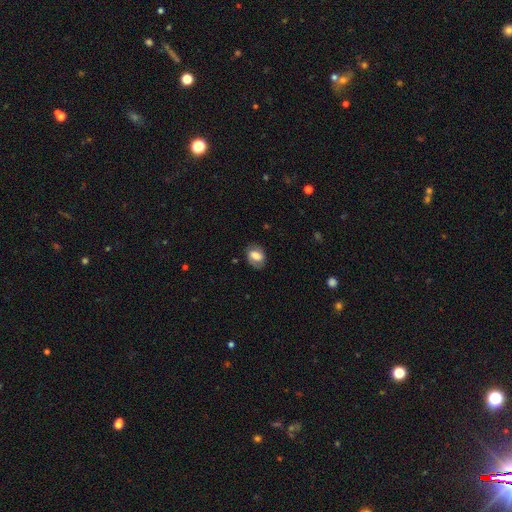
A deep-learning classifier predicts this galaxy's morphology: A smooth galaxy with no disk features (59%) that is in between round and cigar-shaped (75%).

Vote fractions:
- Smooth or featured? smooth: 59% / featured or disk: 32% / star or artifact: 8%
- How rounded? in between: 75% / round: 24% / cigar-shaped: 1%
- Merging? none: 77% / minor disturbance: 16% / major disturbance: 6% / merger: 1%